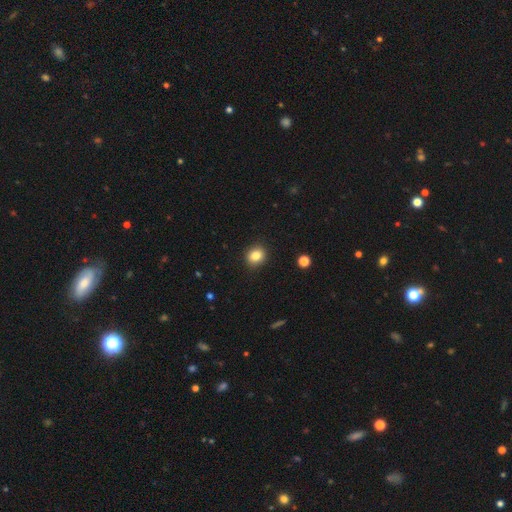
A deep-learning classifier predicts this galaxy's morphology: A smooth galaxy with no disk features (84%) that is round (74%). Merging: none (91%).